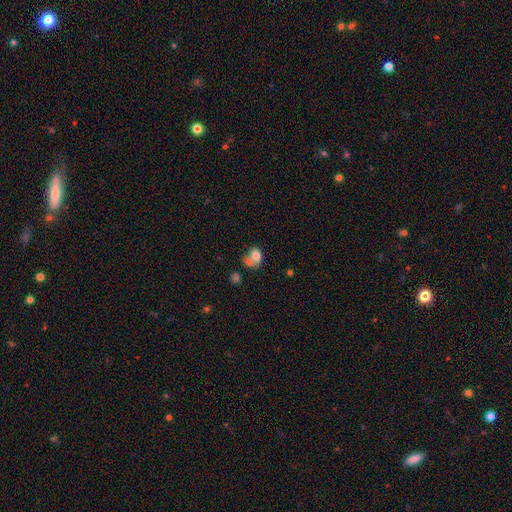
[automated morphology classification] smooth_or_featured: smooth (p=0.75) [alt: featured or disk p=0.15]
how_rounded: in between (p=0.59) [alt: round p=0.40]
merging: merger (p=0.43) [alt: none p=0.26]